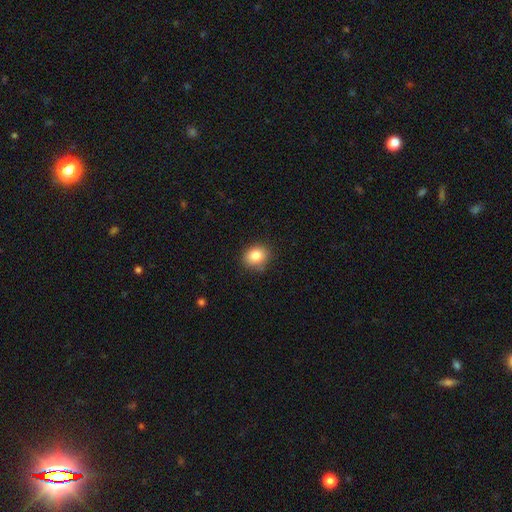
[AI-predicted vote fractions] Smooth or featured: smooth — 83% (star or artifact — 10%)
How rounded: round — 70% (in between — 29%)
Merging: none — 82% (minor disturbance — 14%)